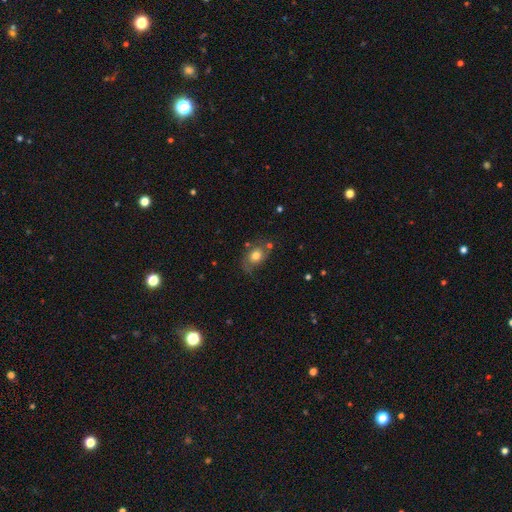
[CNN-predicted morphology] smooth_or_featured: smooth (p=0.51) [alt: featured or disk p=0.39]
how_rounded: in between (p=0.66) [alt: round p=0.32]
merging: none (p=0.60) [alt: minor disturbance p=0.24]